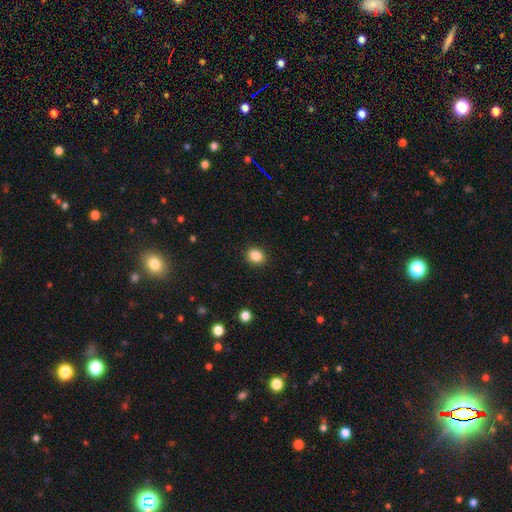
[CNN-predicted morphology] The model was most divided on "how rounded": round: 51%, in between: 48%, cigar-shaped: 1%. More confident: merging — none (90%); smooth or featured — smooth (86%).